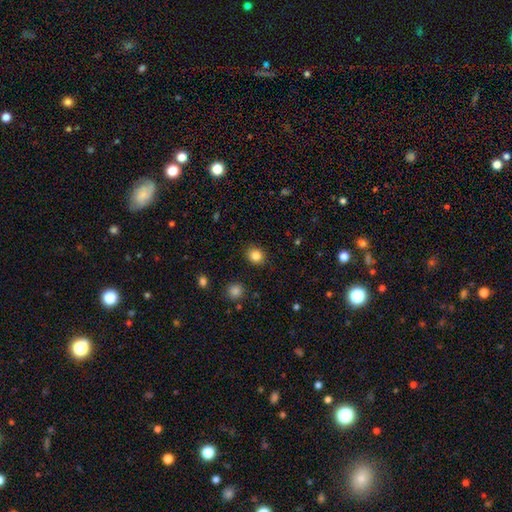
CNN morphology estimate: Smooth or featured? smooth (84%)
How rounded? round (75%)
Merging? none (88%)